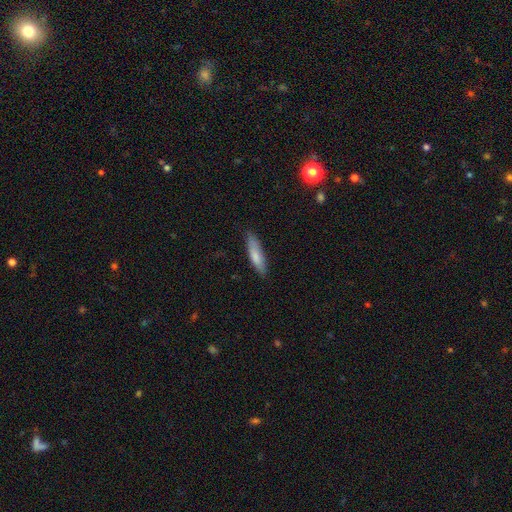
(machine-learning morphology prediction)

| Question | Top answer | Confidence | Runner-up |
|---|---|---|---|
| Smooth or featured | smooth | 80% | featured or disk (14%) |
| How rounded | cigar-shaped | 66% | in between (33%) |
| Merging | none | 80% | minor disturbance (16%) |